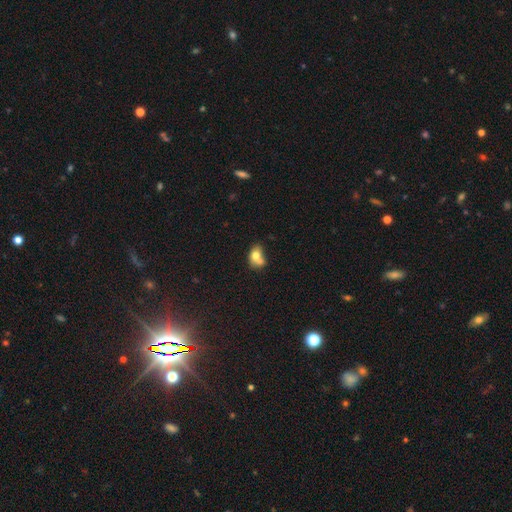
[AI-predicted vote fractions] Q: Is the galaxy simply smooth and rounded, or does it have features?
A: smooth — 72%.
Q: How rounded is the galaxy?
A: in between — 63%.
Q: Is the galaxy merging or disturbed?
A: merger — 50%.